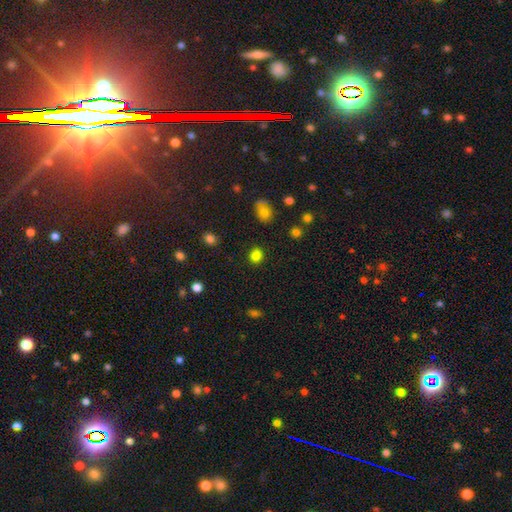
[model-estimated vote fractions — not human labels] Morphology: type=smooth (83%); roundness=round (70%); merging=none (87%).